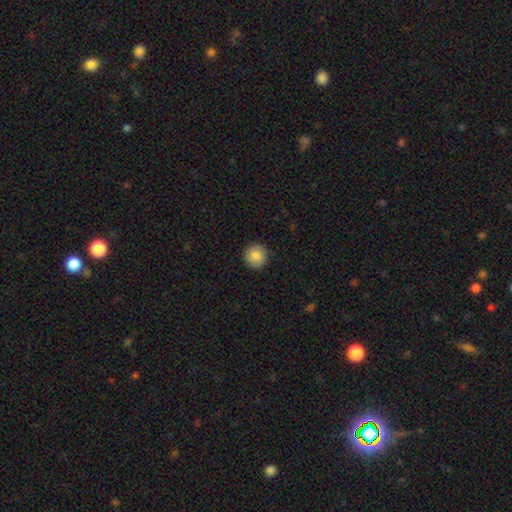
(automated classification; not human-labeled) Overall: smooth (85%). How rounded: round (96%). Merging: none (92%).